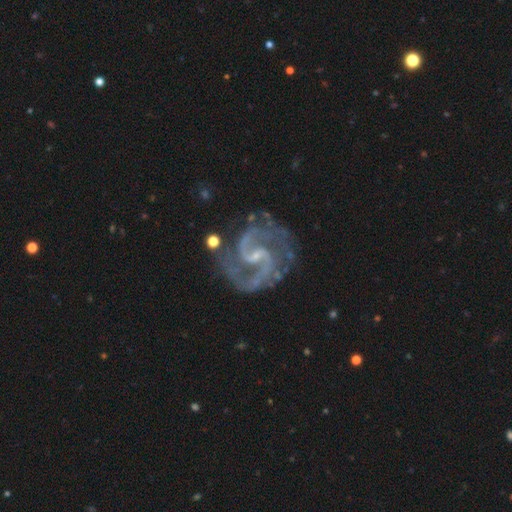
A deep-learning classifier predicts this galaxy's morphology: The model was most divided on "bar": weak: 57%, strong: 24%, no: 19%. More confident: spiral arms — yes (98%); edge-on disk — no (98%); smooth or featured — featured or disk (93%); spiral arm count — 2 (89%); merging — none (72%); bulge size — small (68%); spiral winding — medium (63%).